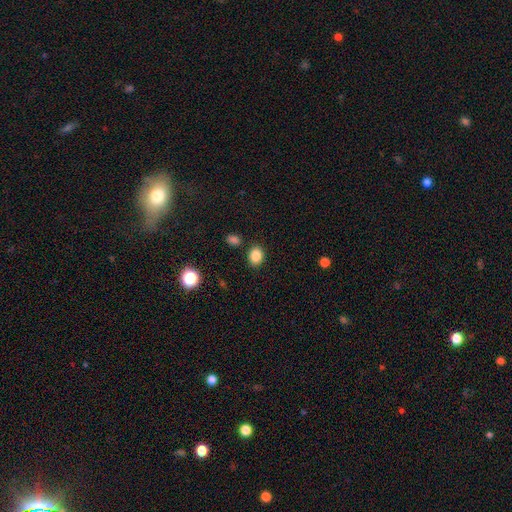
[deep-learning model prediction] Smooth or featured? Predicted: smooth (p=0.85). How rounded? Predicted: in between (p=0.55). Merging? Predicted: none (p=0.84).